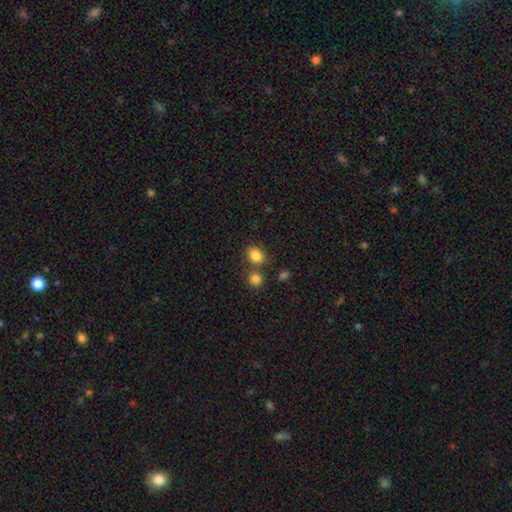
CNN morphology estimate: smooth_or_featured: smooth (p=0.84) [alt: star or artifact p=0.10]
how_rounded: in between (p=0.55) [alt: round p=0.43]
merging: none (p=0.64) [alt: merger p=0.21]